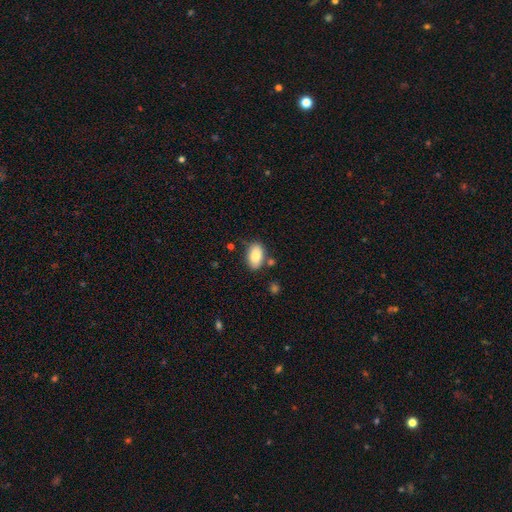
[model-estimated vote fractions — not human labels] Overall: smooth (86%). How rounded: in between (93%). Merging: none (75%).